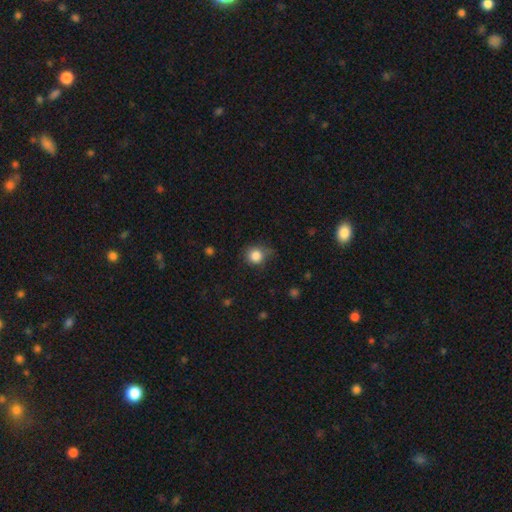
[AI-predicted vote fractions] smooth_or_featured: smooth (p=0.84) [alt: star or artifact p=0.11]
how_rounded: round (p=0.87) [alt: in between p=0.12]
merging: none (p=0.69) [alt: minor disturbance p=0.23]